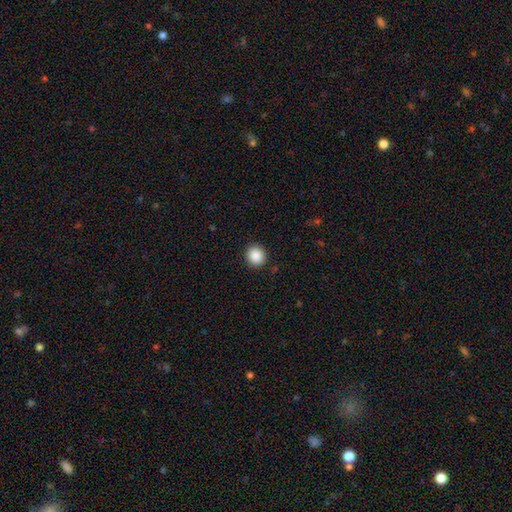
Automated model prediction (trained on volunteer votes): Smooth or featured?
  - smooth: 88% *
  - star or artifact: 9%
  - featured or disk: 4%
How rounded?
  - round: 85% *
  - in between: 14%
  - cigar-shaped: 1%
Merging?
  - none: 91% *
  - minor disturbance: 6%
  - major disturbance: 2%
  - merger: 1%